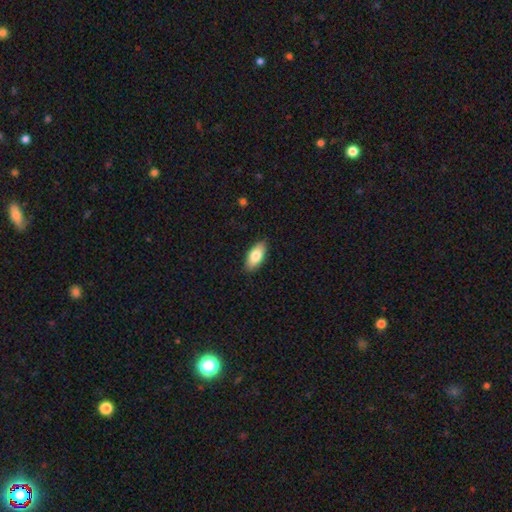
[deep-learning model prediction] smooth_or_featured: smooth (p=0.80) [alt: featured or disk p=0.14]
how_rounded: in between (p=0.89) [alt: cigar-shaped p=0.08]
merging: none (p=0.89) [alt: minor disturbance p=0.09]